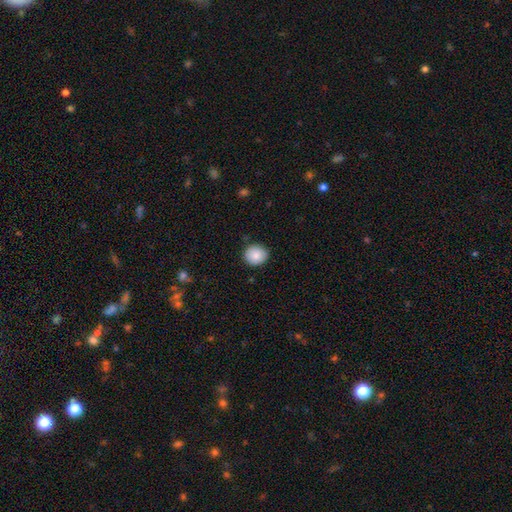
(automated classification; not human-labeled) This is clearly a smooth galaxy (87%). How rounded: clearly round (87%). Merging: clearly none (87%).